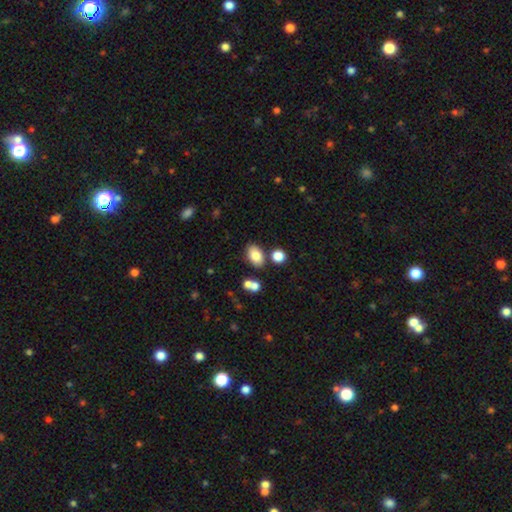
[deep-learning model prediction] Smooth or featured?
  - smooth: 82% *
  - star or artifact: 9%
  - featured or disk: 9%
How rounded?
  - in between: 87% *
  - round: 12%
  - cigar-shaped: 1%
Merging?
  - none: 75% *
  - minor disturbance: 11%
  - merger: 11%
  - major disturbance: 3%